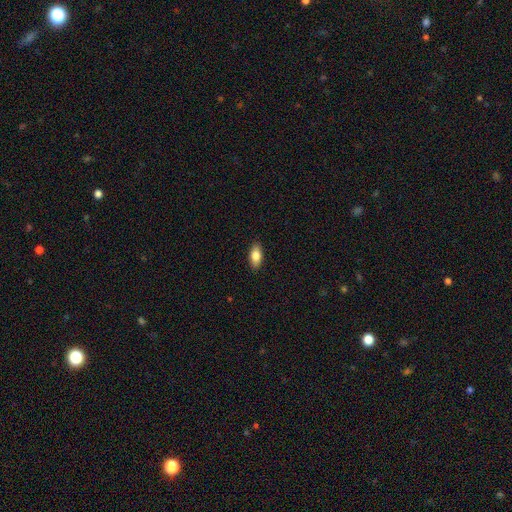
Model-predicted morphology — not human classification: This appears to be a smooth galaxy with no disk features (81%) that is in between round and cigar-shaped (88%). Merging: none (89%).